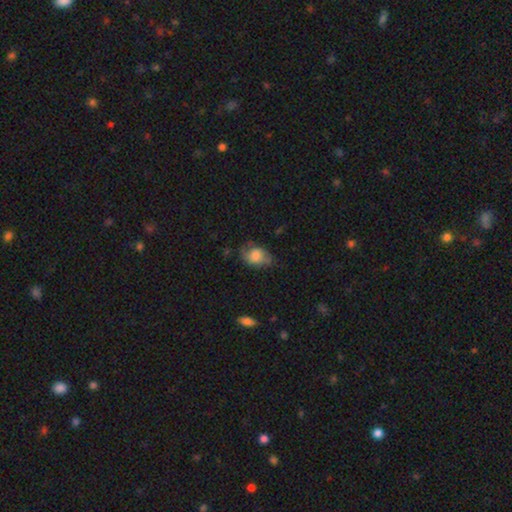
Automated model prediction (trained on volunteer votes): The model was most divided on "merging": none: 53%, minor disturbance: 31%, major disturbance: 15%, merger: 2%. More confident: how rounded — in between (76%); smooth or featured — smooth (62%).